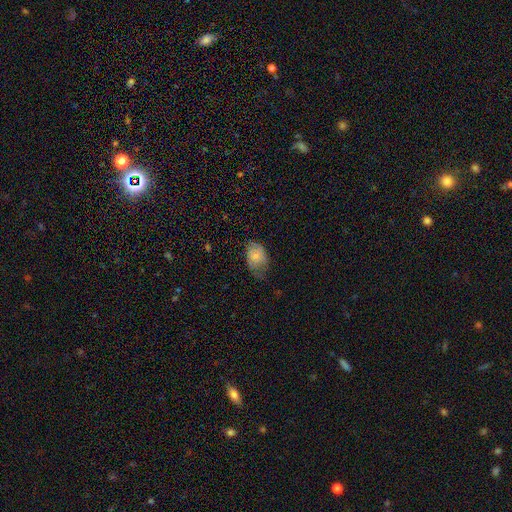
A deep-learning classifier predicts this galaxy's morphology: smooth 71%, featured or disk 21%, star or artifact 8%. Down the decision tree: how rounded — in between (81%); merging — none (42%).